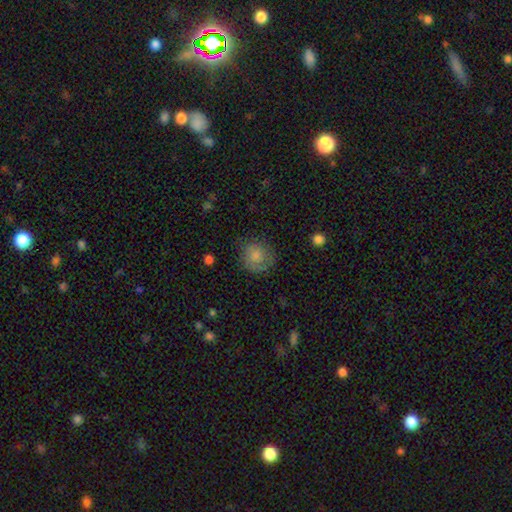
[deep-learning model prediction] Morphology: type=smooth (72%); roundness=round (87%); merging=none (71%).